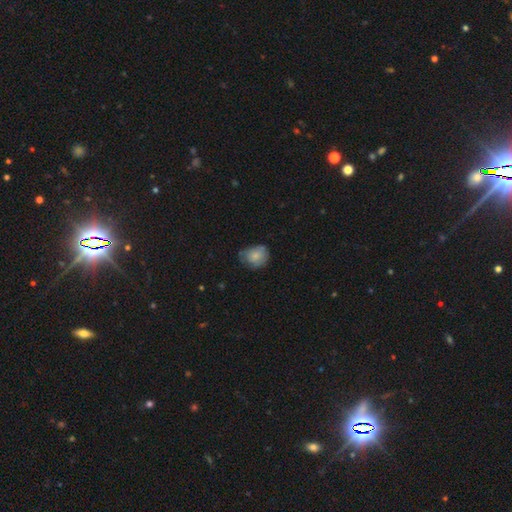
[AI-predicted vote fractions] Q: Smooth or featured?
A: smooth (74%); runner-up: featured or disk (17%)
Q: How rounded?
A: round (56%); runner-up: in between (43%)
Q: Merging?
A: none (54%); runner-up: minor disturbance (34%)